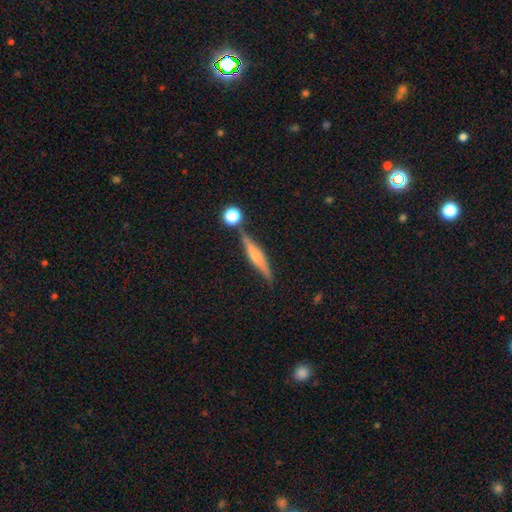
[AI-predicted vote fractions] smooth_or_featured: featured or disk (p=0.58) [alt: smooth p=0.34]
disk_edge_on: yes (p=0.95) [alt: no p=0.05]
edge_on_bulge: rounded (p=0.72) [alt: boxy p=0.14]
merging: none (p=0.75) [alt: minor disturbance p=0.13]